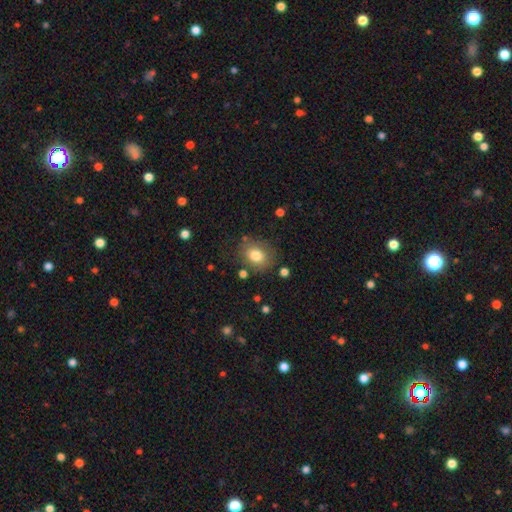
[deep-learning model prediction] Overall: smooth (79%). How rounded: round (56%; in between 43%). Merging: none (77%).